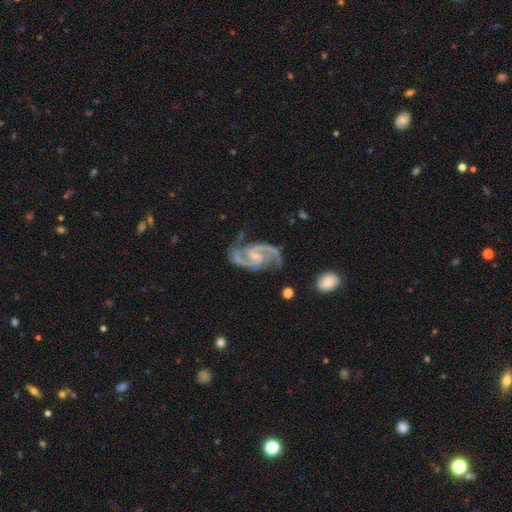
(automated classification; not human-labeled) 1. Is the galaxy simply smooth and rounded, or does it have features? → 94% featured or disk, 4% star or artifact, 2% smooth.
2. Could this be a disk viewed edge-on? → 98% no, 2% yes.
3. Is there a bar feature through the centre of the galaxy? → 50% weak, 33% no, 17% strong.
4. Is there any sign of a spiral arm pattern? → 99% yes, 1% no.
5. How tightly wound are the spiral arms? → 65% medium, 23% tight, 12% loose.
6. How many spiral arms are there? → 92% 2, 3% 3, 2% can't tell, 1% 1, 1% 4, 1% more than 4.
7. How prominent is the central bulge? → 59% small, 22% moderate, 16% none, 1% large, 1% dominant.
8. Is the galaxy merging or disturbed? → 73% none, 18% minor disturbance, 7% major disturbance, 3% merger.